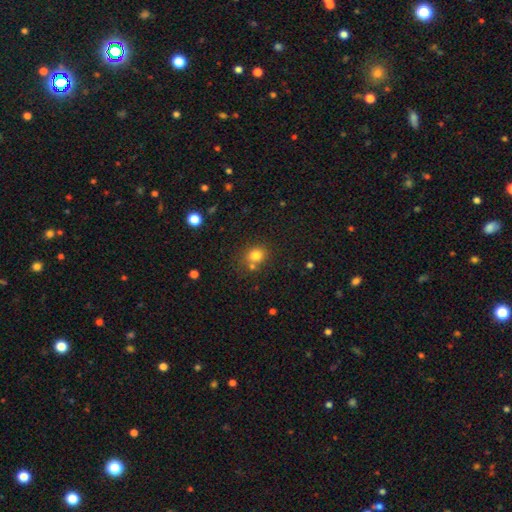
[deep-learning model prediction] Overall: smooth (79%). How rounded: round (73%). Merging: none (63%).